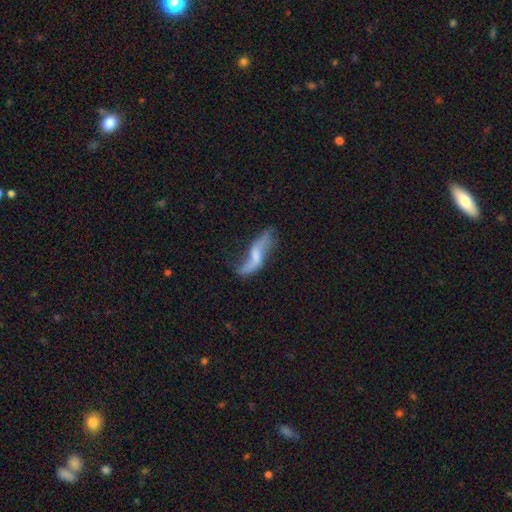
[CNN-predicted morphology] Overall: featured or disk (70%). Edge-on disk: no (83%). Bar: no (44%; weak 39%). Spiral arms: yes (86%). Bulge size: small (35%; none 34%). Merging: none (53%; minor disturbance 23%).